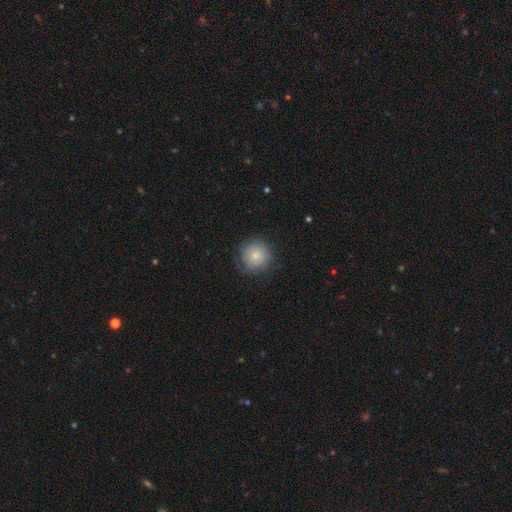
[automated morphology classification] type=smooth (77%); roundness=round (93%); merging=none (75%).